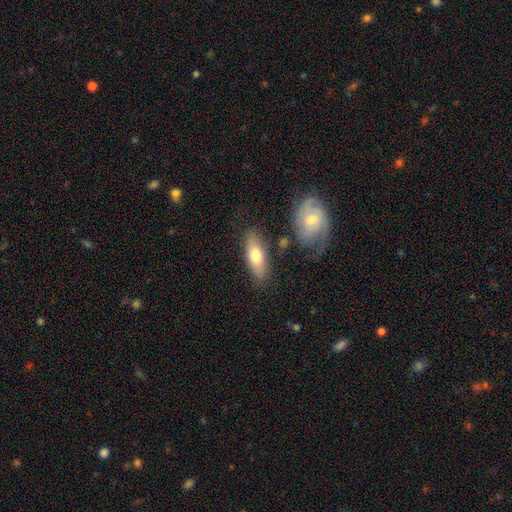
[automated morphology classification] This appears to be a smooth galaxy with no disk features (72%) that is in between round and cigar-shaped (72%). Merging: none (78%).